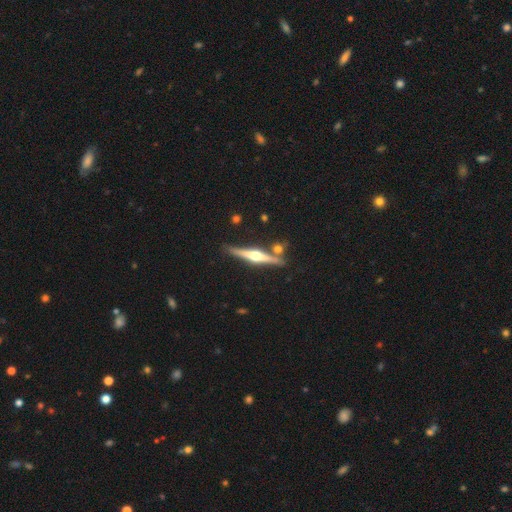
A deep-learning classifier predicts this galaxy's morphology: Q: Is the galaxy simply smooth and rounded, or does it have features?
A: featured or disk — 78%.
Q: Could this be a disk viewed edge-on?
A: yes — 98%.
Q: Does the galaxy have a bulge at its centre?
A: rounded — 94%.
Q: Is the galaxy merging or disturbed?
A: none — 81%.